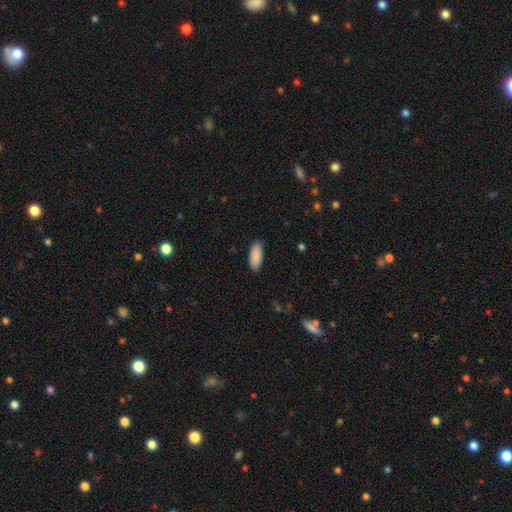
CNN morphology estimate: A smooth galaxy with no disk features (90%) that is in between round and cigar-shaped (80%). Merging: none (89%).